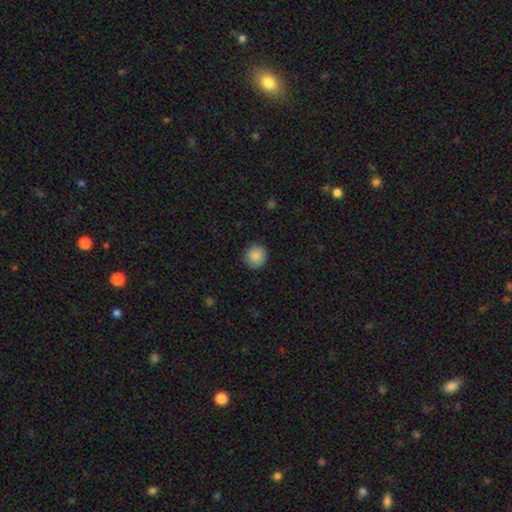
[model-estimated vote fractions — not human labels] This appears to be a smooth galaxy with no disk features (87%) that is round (91%). Merging: none (87%).